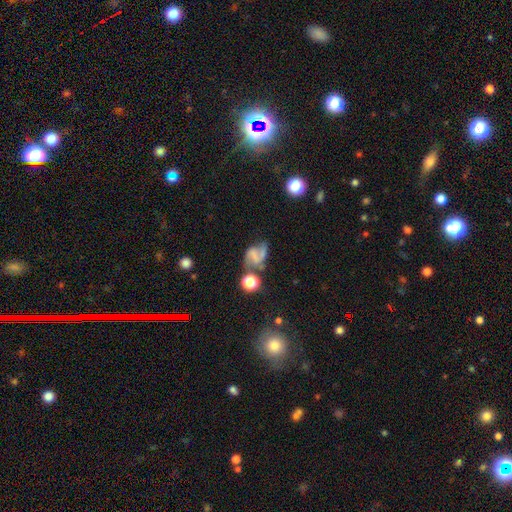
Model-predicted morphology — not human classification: Smooth or featured? Predicted: featured or disk (p=0.57). Edge-on disk? Predicted: no (p=0.97). Bar? Predicted: no (p=0.40). Spiral arms? Predicted: yes (p=0.80). Bulge size? Predicted: none (p=0.66). Merging? Predicted: none (p=0.39).